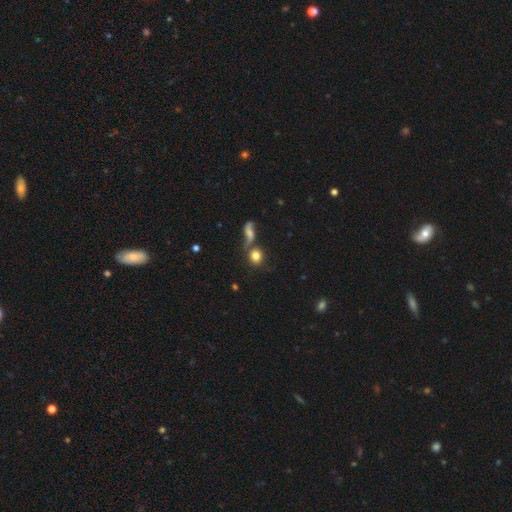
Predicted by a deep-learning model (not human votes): This is likely a smooth galaxy (77%). How rounded: clearly round (84%). Merging: possibly none (55%).